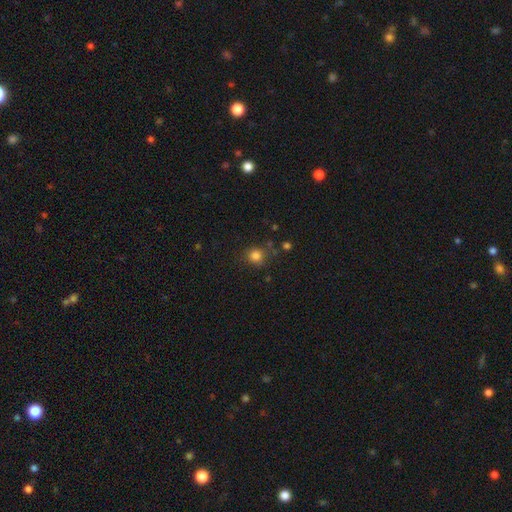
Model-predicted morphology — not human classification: smooth 81%, star or artifact 13%, featured or disk 5%. Down the decision tree: how rounded — round (87%); merging — none (79%).